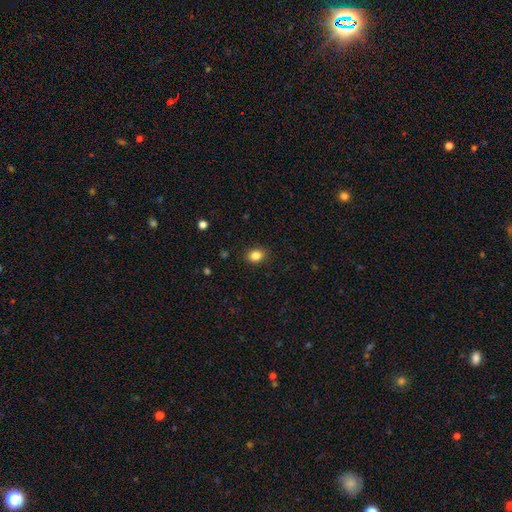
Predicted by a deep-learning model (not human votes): smooth 84%, star or artifact 10%, featured or disk 5%. Down the decision tree: how rounded — in between (54%); merging — none (89%).